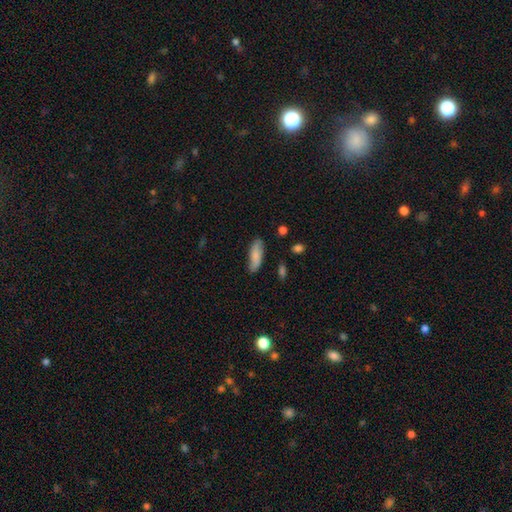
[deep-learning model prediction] This is likely a smooth galaxy (79%). How rounded: likely in between (61%). Merging: likely none (77%).